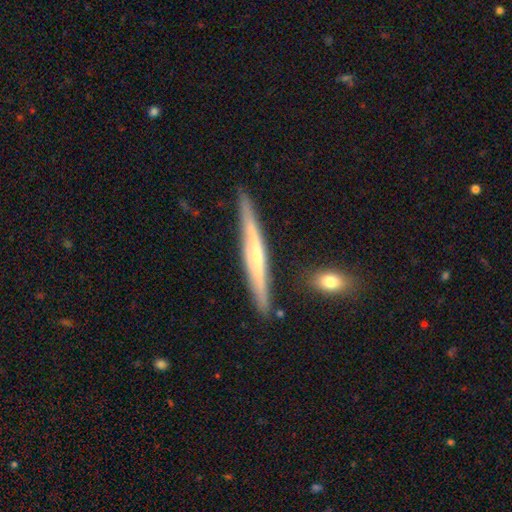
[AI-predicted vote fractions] This is likely a featured or disk galaxy (72%). It is clearly viewed edge-on (96%). Edge-on bulge: possibly rounded (59%). Merging: clearly none (86%).